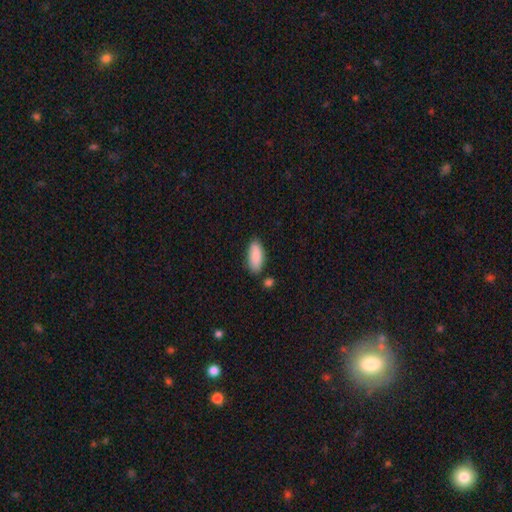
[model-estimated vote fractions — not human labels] Q: Smooth or featured?
A: smooth (88%); runner-up: featured or disk (6%)
Q: How rounded?
A: in between (86%); runner-up: cigar-shaped (12%)
Q: Merging?
A: none (79%); runner-up: minor disturbance (13%)